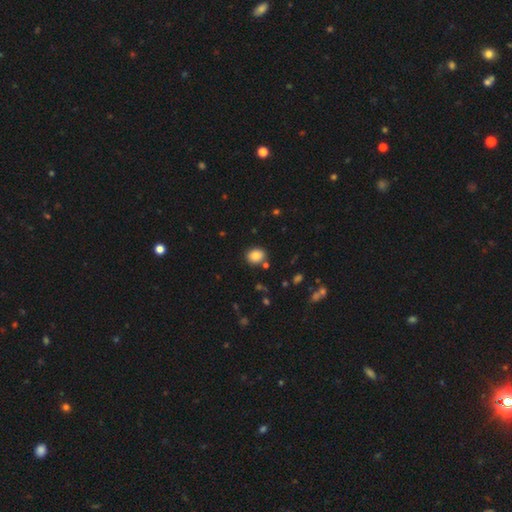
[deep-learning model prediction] Smooth or featured: smooth — 84% (star or artifact — 10%)
How rounded: round — 58% (in between — 41%)
Merging: none — 84% (minor disturbance — 9%)